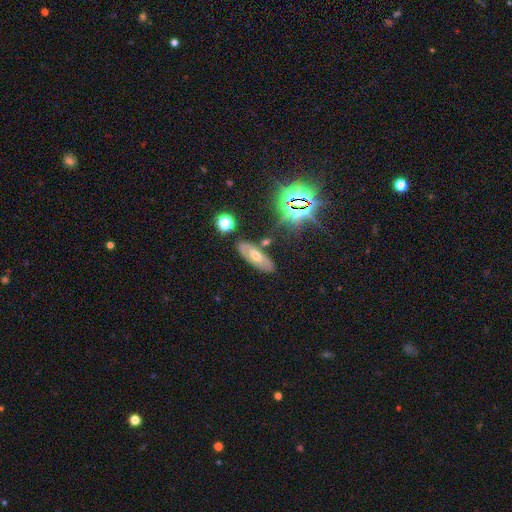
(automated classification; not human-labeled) Morphology: type=featured or disk (50%); merging=none (79%).